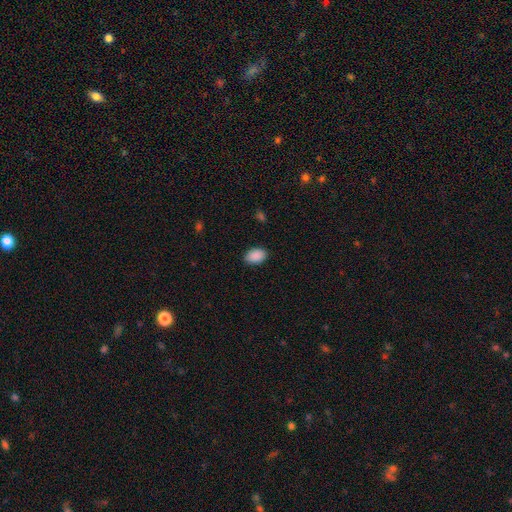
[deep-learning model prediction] smooth 90%, star or artifact 7%, featured or disk 3%. Down the decision tree: how rounded — in between (84%); merging — none (88%).